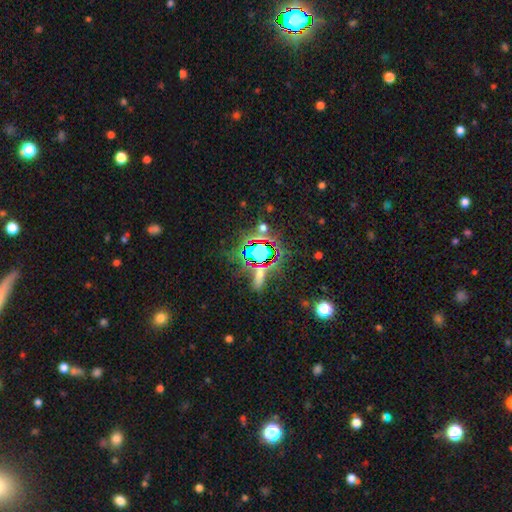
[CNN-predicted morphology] smooth_or_featured: star or artifact (p=0.67) [alt: smooth p=0.19]